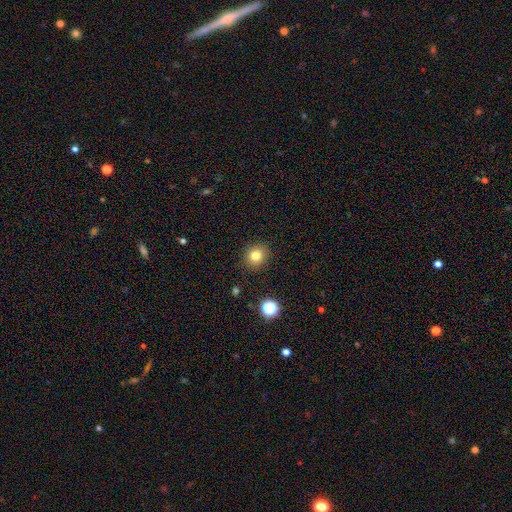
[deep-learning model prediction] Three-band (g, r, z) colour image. It shows a smooth galaxy with no disk features (80%) that is round (81%). Merging: none (89%).